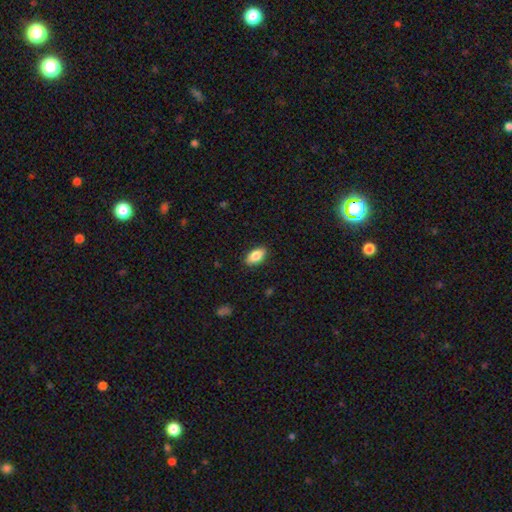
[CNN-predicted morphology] smooth_or_featured: smooth (p=0.84) [alt: featured or disk p=0.09]
how_rounded: in between (p=0.91) [alt: cigar-shaped p=0.05]
merging: none (p=0.88) [alt: minor disturbance p=0.09]